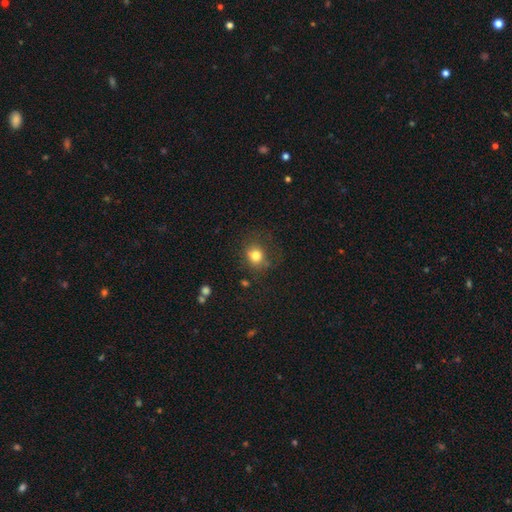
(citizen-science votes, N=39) smooth 79%, featured or disk 10%, star or artifact 10%. Down the decision tree: how rounded — round (77%); merging — none (63%).